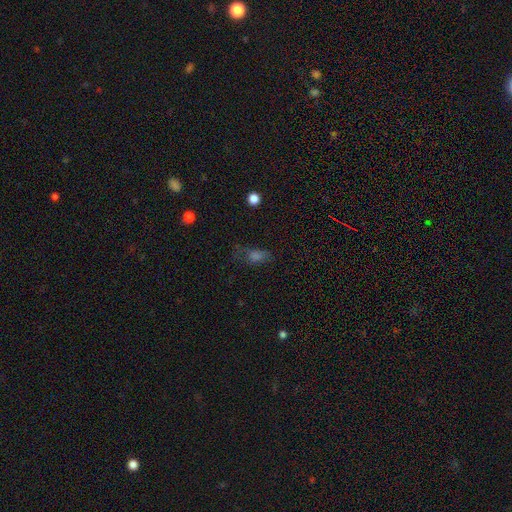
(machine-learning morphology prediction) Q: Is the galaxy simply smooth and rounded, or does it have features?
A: smooth — 54%.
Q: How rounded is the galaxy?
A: in between — 69%.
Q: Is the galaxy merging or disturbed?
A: none — 52%.